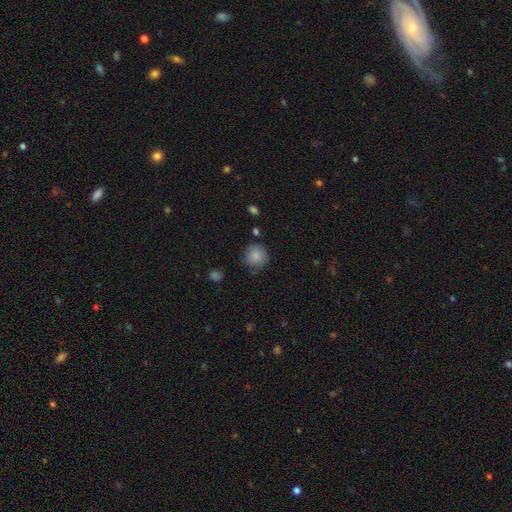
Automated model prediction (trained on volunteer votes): This appears to be a smooth galaxy with no disk features (87%) that is round (92%). Merging: none (79%).